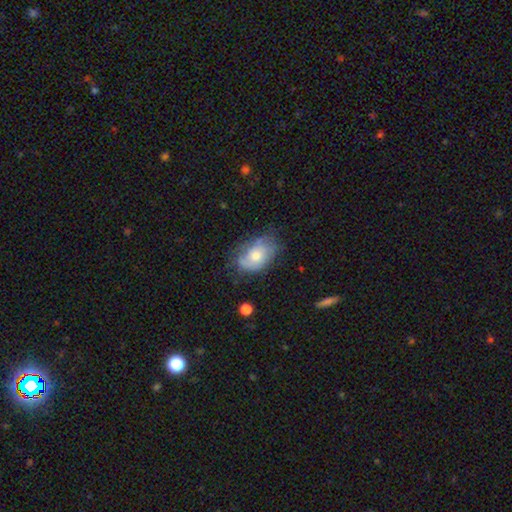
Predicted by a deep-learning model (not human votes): A smooth galaxy with no disk features (53%) that is in between round and cigar-shaped (83%). Merging: none (55%).